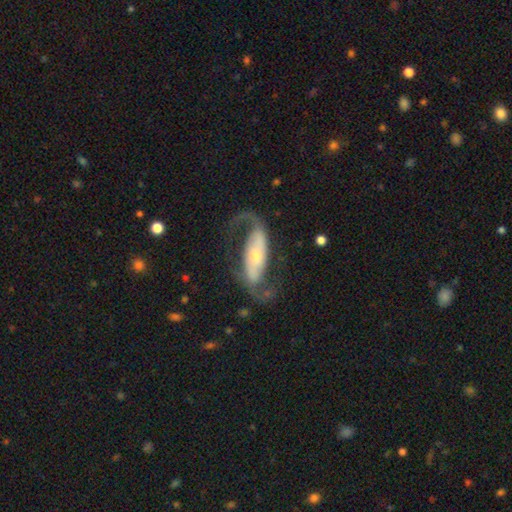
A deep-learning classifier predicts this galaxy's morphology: This is clearly a featured or disk galaxy (84%). It is clearly not viewed edge-on (91%). Bar: marginally strong (41%). Spiral arm pattern: clearly yes (93%). Spiral arm count: clearly 2 (88%). Spiral winding: possibly loose (59%). Central bulge: possibly small (50%). Merging: likely none (65%).